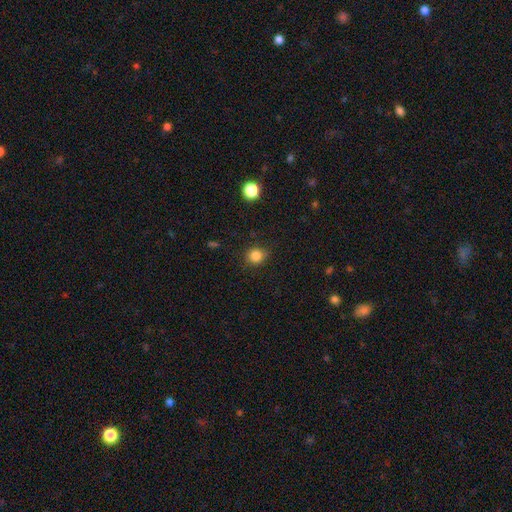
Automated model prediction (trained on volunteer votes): smooth_or_featured: smooth (p=0.83) [alt: star or artifact p=0.12]
how_rounded: round (p=0.85) [alt: in between p=0.14]
merging: none (p=0.82) [alt: minor disturbance p=0.13]